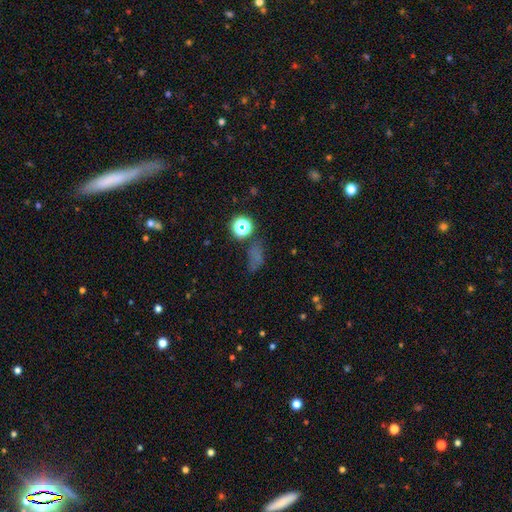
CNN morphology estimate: Smooth or featured? Predicted: star or artifact (p=0.49).